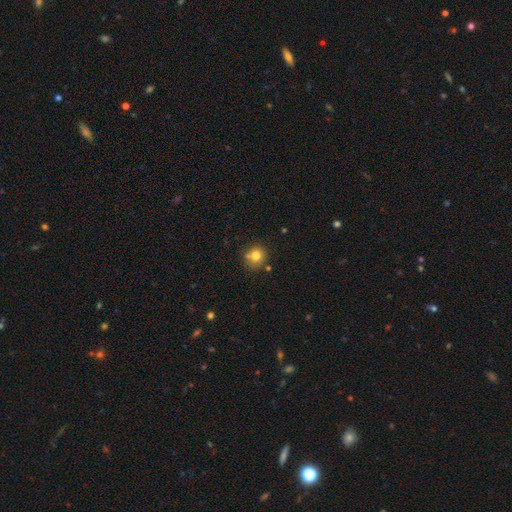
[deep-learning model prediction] A smooth galaxy with no disk features (79%) that is round (89%).

Vote fractions:
- Smooth or featured? smooth: 79% / star or artifact: 12% / featured or disk: 9%
- How rounded? round: 89% / in between: 10% / cigar-shaped: 1%
- Merging? none: 73% / minor disturbance: 14% / merger: 9% / major disturbance: 4%